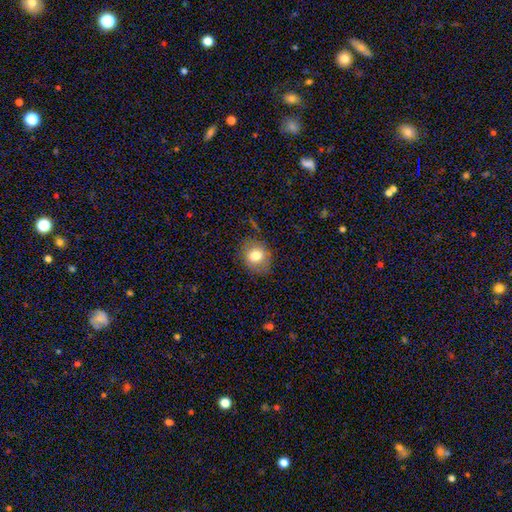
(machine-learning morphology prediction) A smooth galaxy with no disk features (76%) that is round (66%). Merging: none (78%).